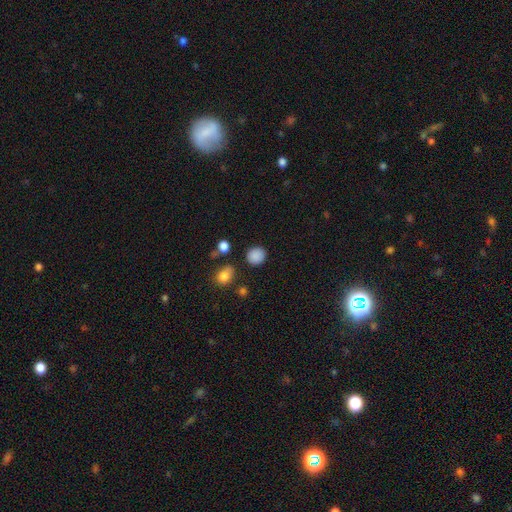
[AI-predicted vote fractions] Smooth or featured: smooth — 86% (star or artifact — 10%)
How rounded: round — 81% (in between — 18%)
Merging: none — 84% (minor disturbance — 10%)